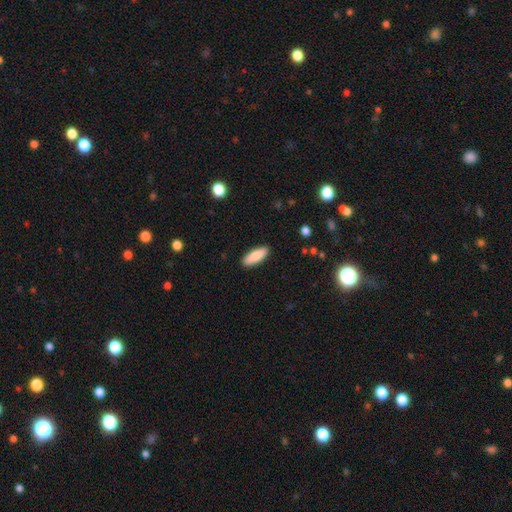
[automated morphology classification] smooth-or-featured: smooth: 87% | featured or disk: 8% | star or artifact: 6%
  how-rounded: in between: 63% | cigar-shaped: 35% | round: 2%
  merging: none: 89% | minor disturbance: 8% | major disturbance: 2% | merger: 1%